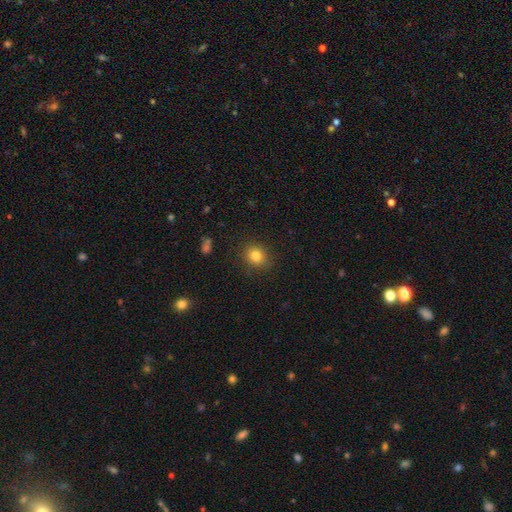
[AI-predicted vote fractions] A smooth galaxy with no disk features (82%) that is round (76%). Merging: none (88%).